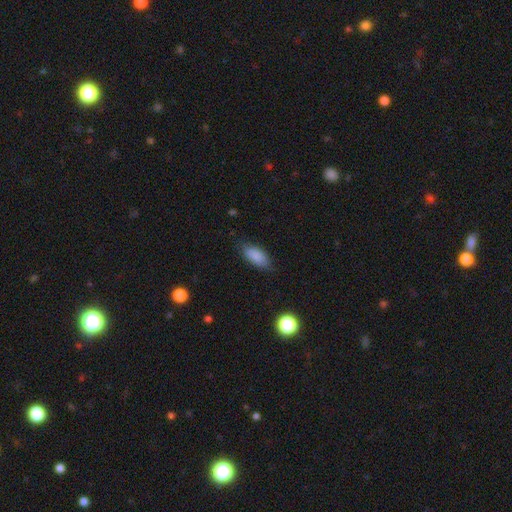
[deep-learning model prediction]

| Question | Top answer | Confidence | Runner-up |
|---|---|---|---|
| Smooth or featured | smooth | 86% | star or artifact (7%) |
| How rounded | in between | 86% | cigar-shaped (12%) |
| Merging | none | 76% | minor disturbance (19%) |